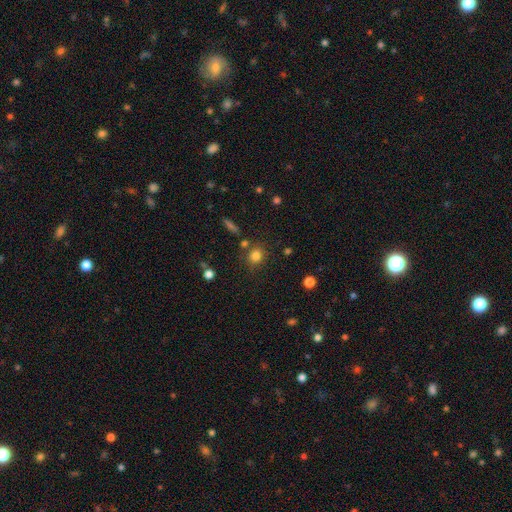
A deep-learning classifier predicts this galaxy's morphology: smooth 80%, star or artifact 13%, featured or disk 7%. Down the decision tree: how rounded — round (83%); merging — none (77%).